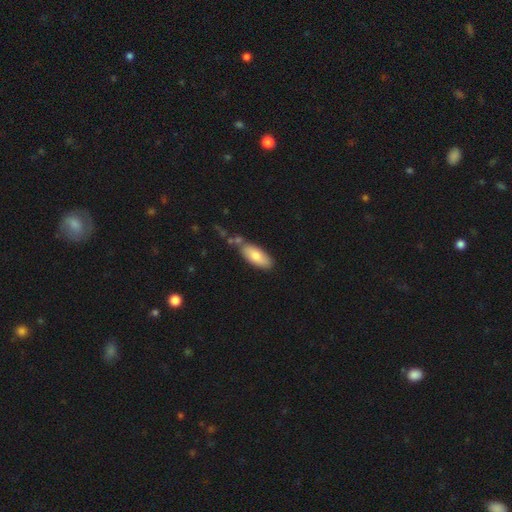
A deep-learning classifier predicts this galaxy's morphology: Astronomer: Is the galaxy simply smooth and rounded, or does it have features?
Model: smooth — 77%.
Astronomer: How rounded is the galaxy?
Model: in between — 83%.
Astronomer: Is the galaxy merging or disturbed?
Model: none — 68%.